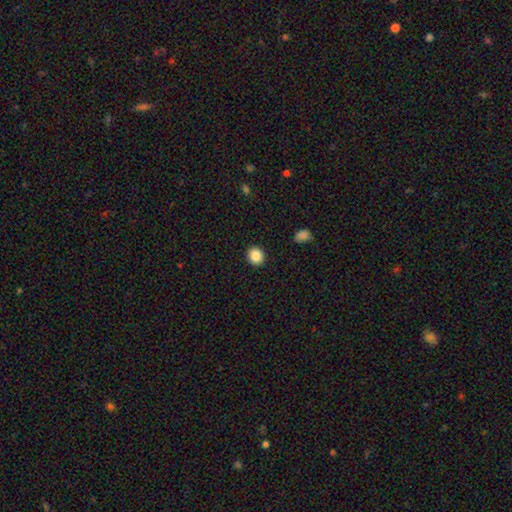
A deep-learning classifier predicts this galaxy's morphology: This appears to be a smooth galaxy with no disk features (86%) that is round (82%). Merging: none (92%).